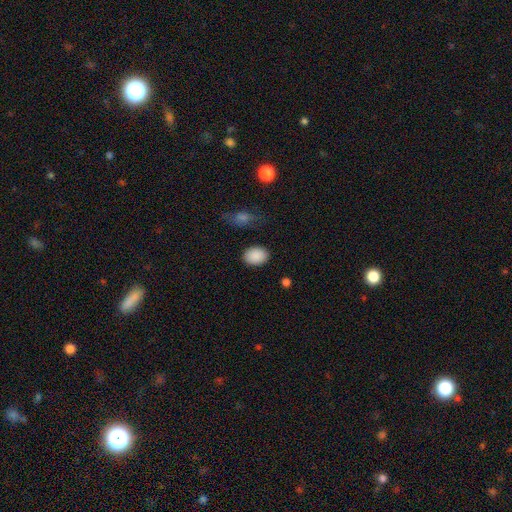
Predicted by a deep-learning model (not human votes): smooth_or_featured: smooth (p=0.89) [alt: star or artifact p=0.07]
how_rounded: in between (p=0.71) [alt: round p=0.28]
merging: none (p=0.85) [alt: minor disturbance p=0.10]